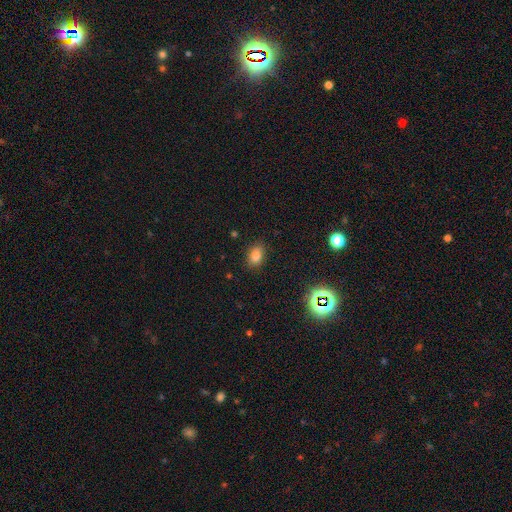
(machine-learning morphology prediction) The model was most divided on "how rounded": in between: 80%, round: 18%, cigar-shaped: 1%. More confident: merging — none (84%); smooth or featured — smooth (81%).